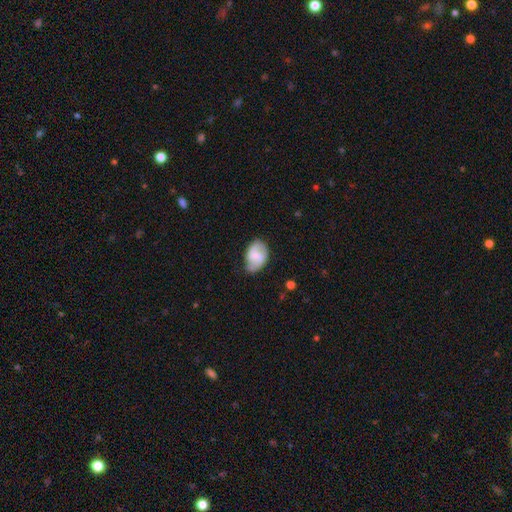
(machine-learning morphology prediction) Smooth or featured?
  - featured or disk: 56% *
  - smooth: 36%
  - star or artifact: 7%
Edge-on disk?
  - no: 97% *
  - yes: 3%
Bar?
  - weak: 51% *
  - no: 30%
  - strong: 19%
Spiral arms?
  - yes: 88% *
  - no: 12%
Bulge size?
  - none: 36% *
  - small: 33%
  - moderate: 24%
  - large: 6%
  - dominant: 2%
Merging?
  - none: 69% *
  - minor disturbance: 23%
  - major disturbance: 6%
  - merger: 2%